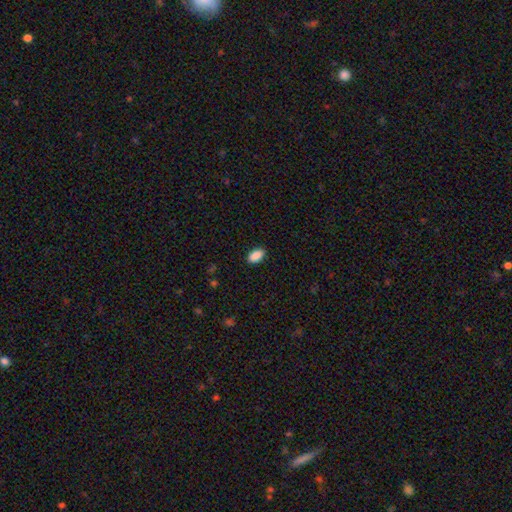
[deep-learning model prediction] Overall: smooth (90%). How rounded: in between (93%). Merging: none (89%).